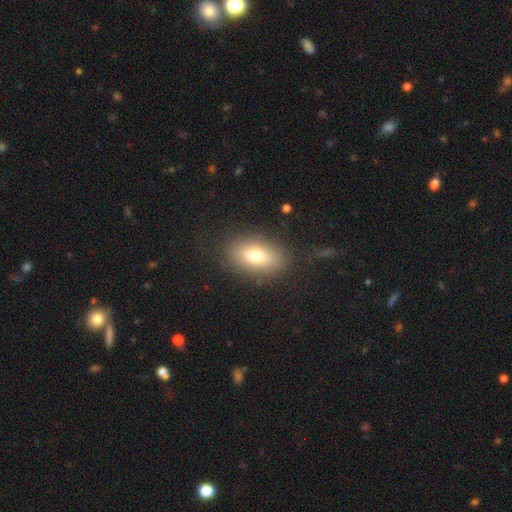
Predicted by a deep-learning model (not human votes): Smooth or featured? smooth (74%)
How rounded? in between (86%)
Merging? none (83%)